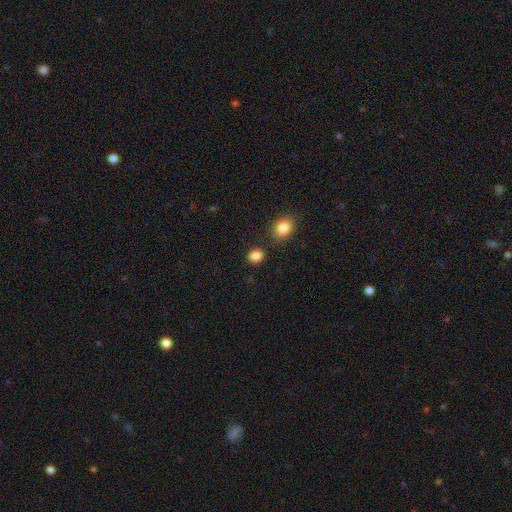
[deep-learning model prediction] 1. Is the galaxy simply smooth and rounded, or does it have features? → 86% smooth, 11% star or artifact, 4% featured or disk.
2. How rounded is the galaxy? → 62% round, 36% in between, 1% cigar-shaped.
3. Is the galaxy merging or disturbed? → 83% none, 8% minor disturbance, 6% merger, 3% major disturbance.